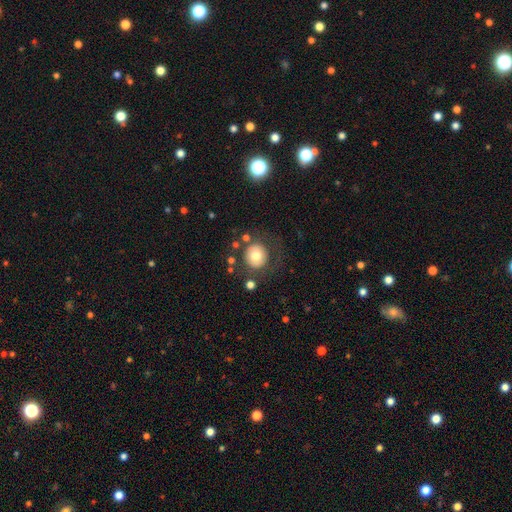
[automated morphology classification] Smooth or featured? smooth (71%)
How rounded? round (92%)
Merging? none (73%)